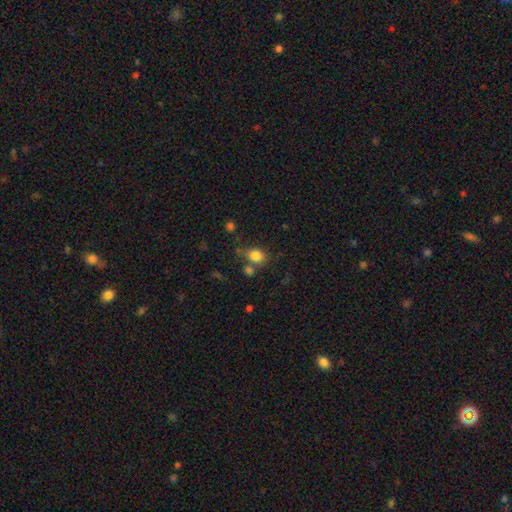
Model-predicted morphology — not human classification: smooth_or_featured: smooth (p=0.83) [alt: star or artifact p=0.11]
how_rounded: round (p=0.56) [alt: in between p=0.43]
merging: none (p=0.62) [alt: merger p=0.17]